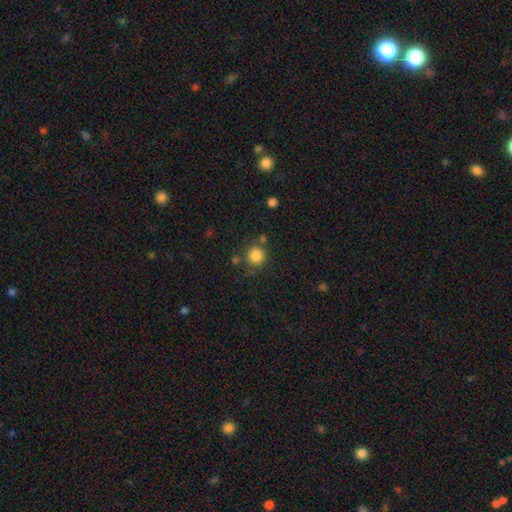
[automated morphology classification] Smooth or featured?
  - smooth: 84% *
  - star or artifact: 11%
  - featured or disk: 5%
How rounded?
  - round: 90% *
  - in between: 9%
  - cigar-shaped: 1%
Merging?
  - none: 75% *
  - minor disturbance: 12%
  - merger: 8%
  - major disturbance: 4%